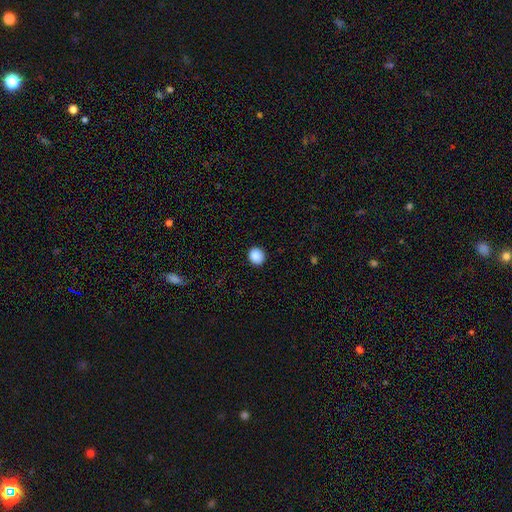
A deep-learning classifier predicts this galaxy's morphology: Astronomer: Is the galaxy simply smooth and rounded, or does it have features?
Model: smooth — 88%.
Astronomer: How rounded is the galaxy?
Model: round — 87%.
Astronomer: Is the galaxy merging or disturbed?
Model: none — 91%.